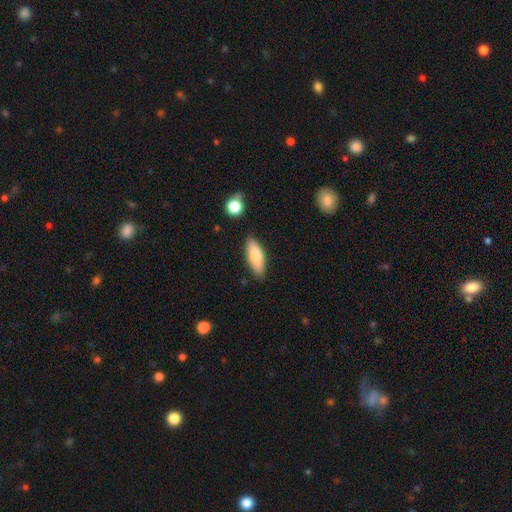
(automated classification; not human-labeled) This is likely a smooth galaxy (79%). How rounded: likely in between (62%). Merging: clearly none (82%).